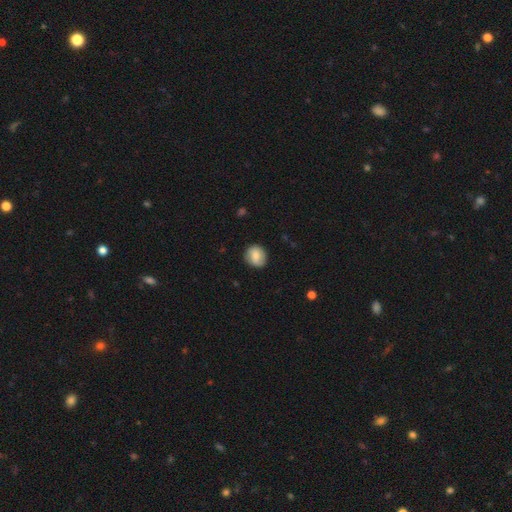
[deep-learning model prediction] A smooth galaxy with no disk features (77%) that is round (81%).

Vote fractions:
- Smooth or featured? smooth: 77% / featured or disk: 16% / star or artifact: 7%
- How rounded? round: 81% / in between: 18% / cigar-shaped: 1%
- Merging? none: 84% / minor disturbance: 12% / major disturbance: 3% / merger: 1%